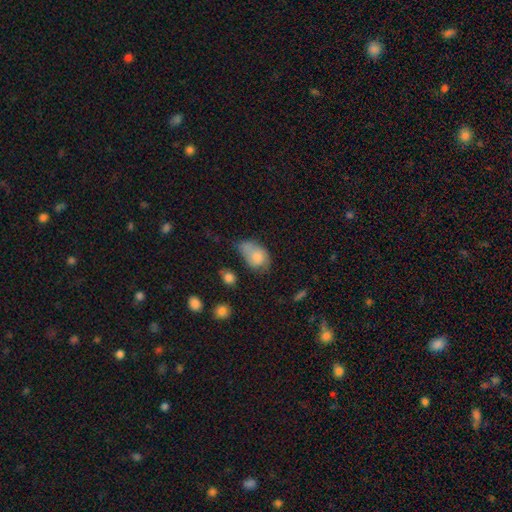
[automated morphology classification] type=smooth (76%); roundness=in between (84%); merging=minor disturbance (37%).